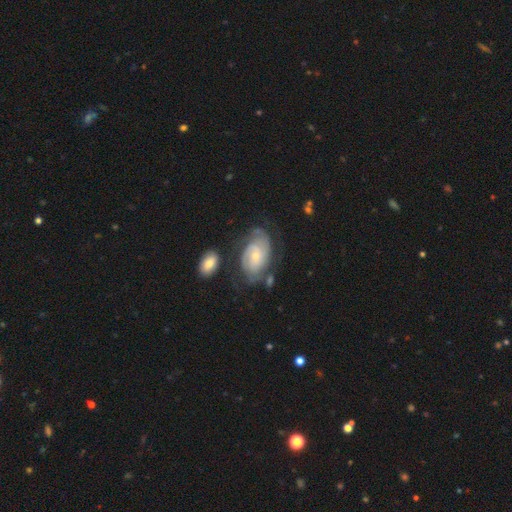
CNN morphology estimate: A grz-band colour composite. It shows a featured or disk galaxy (77%) with no bar (72%), tight (62%) spiral arms (91%) and a small central bulge (62%). Merging: none (57%).